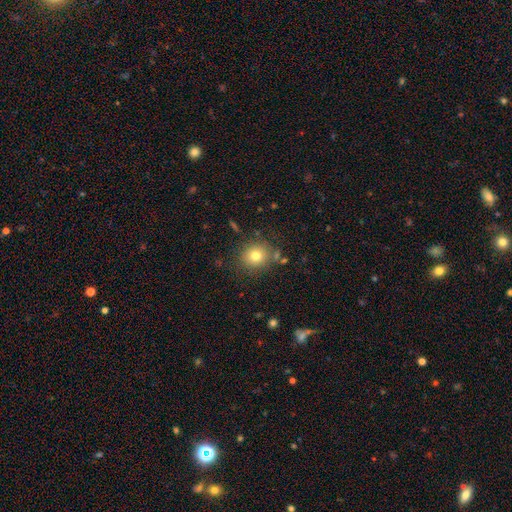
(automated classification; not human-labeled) Smooth or featured?
  - smooth: 76% *
  - star or artifact: 13%
  - featured or disk: 11%
How rounded?
  - round: 85% *
  - in between: 14%
  - cigar-shaped: 1%
Merging?
  - none: 82% *
  - minor disturbance: 10%
  - merger: 4%
  - major disturbance: 4%